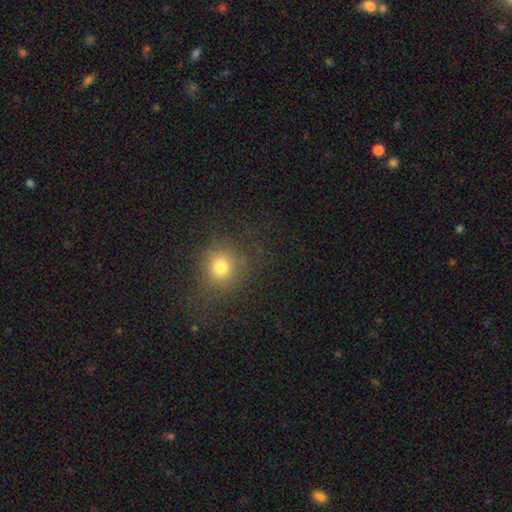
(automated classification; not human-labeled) Smooth or featured?
  - smooth: 62% *
  - star or artifact: 28%
  - featured or disk: 10%
How rounded?
  - round: 84% *
  - in between: 15%
  - cigar-shaped: 1%
Merging?
  - none: 79% *
  - minor disturbance: 13%
  - major disturbance: 6%
  - merger: 1%